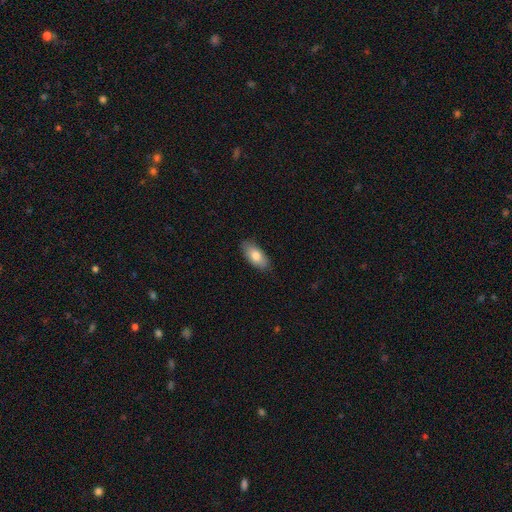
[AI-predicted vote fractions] smooth_or_featured: smooth (p=0.78) [alt: featured or disk p=0.15]
how_rounded: in between (p=0.91) [alt: cigar-shaped p=0.06]
merging: none (p=0.85) [alt: minor disturbance p=0.12]